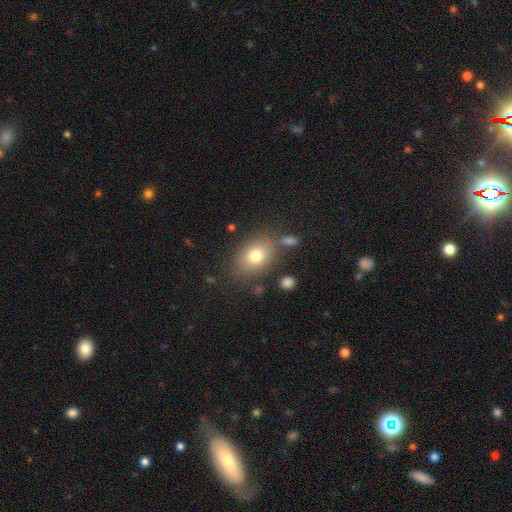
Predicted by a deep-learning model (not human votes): The model was most divided on "how rounded": in between: 71%, round: 28%, cigar-shaped: 1%. More confident: smooth or featured — smooth (76%); merging — none (75%).